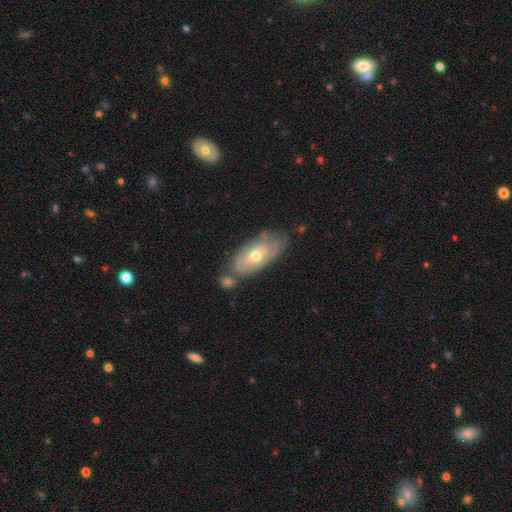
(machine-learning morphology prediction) The model was most divided on "smooth or featured": featured or disk: 54%, smooth: 39%, star or artifact: 7%. More confident: edge-on disk — no (86%); merging — none (58%).